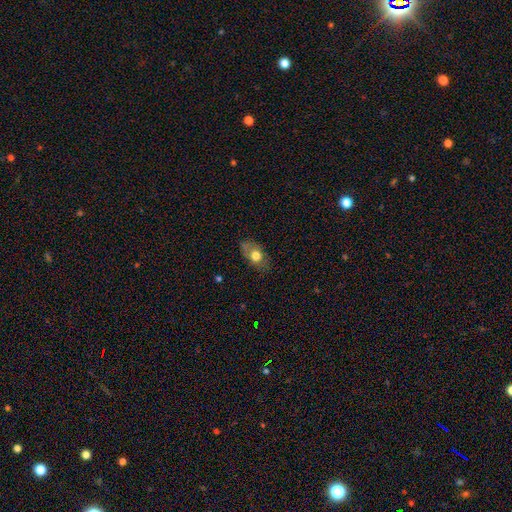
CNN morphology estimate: Overall: smooth (67%). How rounded: in between (79%). Merging: none (68%).